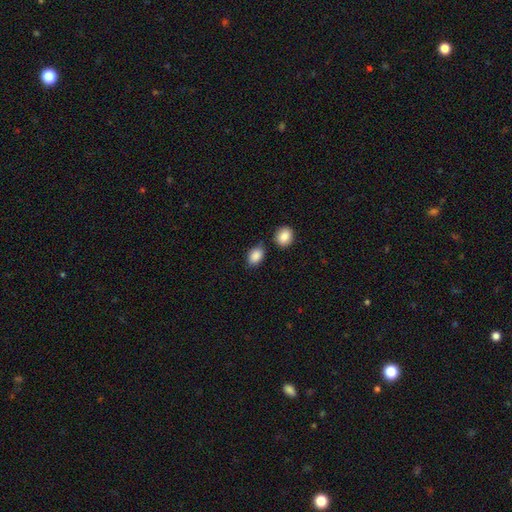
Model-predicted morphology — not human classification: type=smooth (88%); roundness=in between (80%); merging=none (73%).